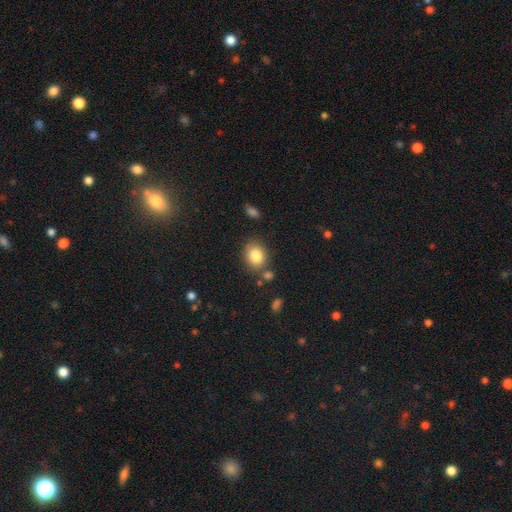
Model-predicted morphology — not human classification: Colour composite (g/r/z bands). It shows a smooth galaxy with no disk features (84%) that is round (60%). Merging: none (77%).